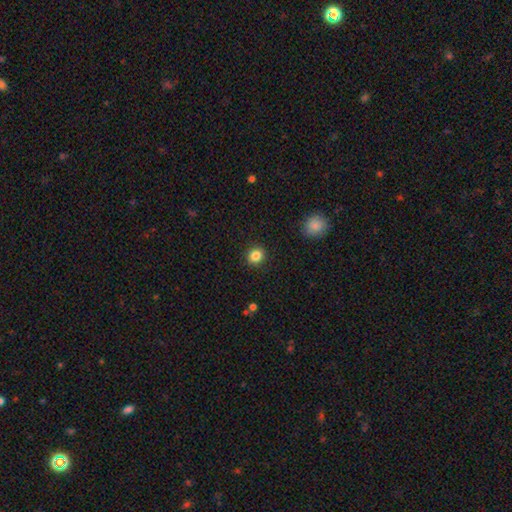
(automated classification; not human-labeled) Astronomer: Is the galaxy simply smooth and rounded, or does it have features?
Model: smooth — 85%.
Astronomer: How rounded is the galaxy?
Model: round — 87%.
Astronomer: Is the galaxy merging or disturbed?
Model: none — 92%.